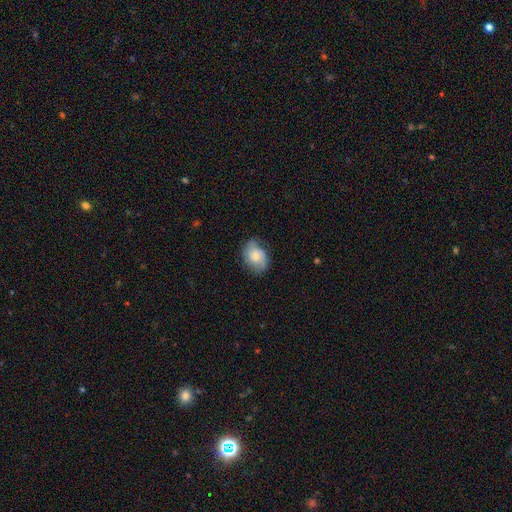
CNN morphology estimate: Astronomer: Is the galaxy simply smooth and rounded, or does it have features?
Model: smooth — 68%.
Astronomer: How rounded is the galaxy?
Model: in between — 72%.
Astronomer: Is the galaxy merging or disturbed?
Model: none — 64%.